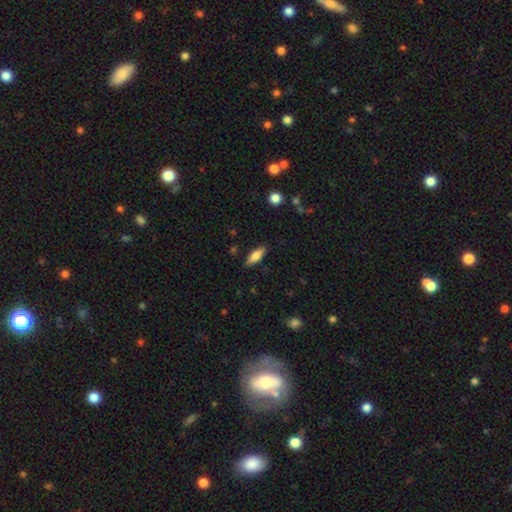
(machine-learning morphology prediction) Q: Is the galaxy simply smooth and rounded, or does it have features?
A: smooth — 76%.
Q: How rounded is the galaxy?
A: in between — 65%.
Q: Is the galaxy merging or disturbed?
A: none — 86%.